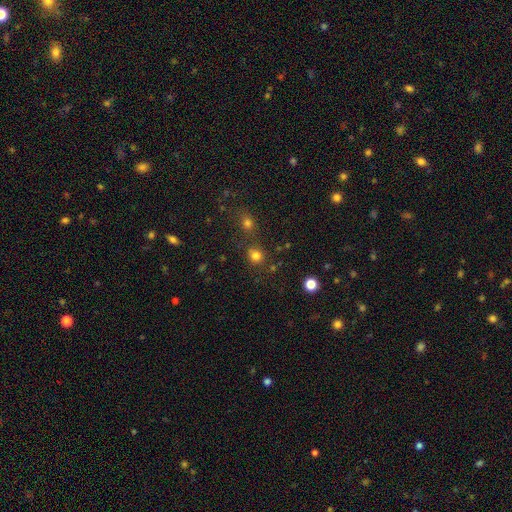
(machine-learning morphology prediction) Smooth or featured?
  - smooth: 79% *
  - star or artifact: 16%
  - featured or disk: 5%
How rounded?
  - round: 86% *
  - in between: 13%
  - cigar-shaped: 1%
Merging?
  - none: 73% *
  - merger: 14%
  - minor disturbance: 10%
  - major disturbance: 4%